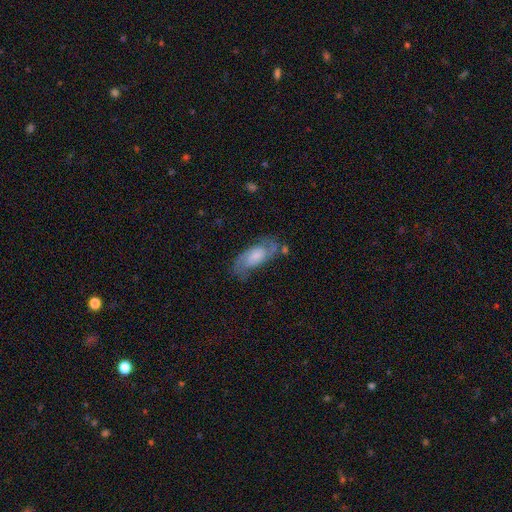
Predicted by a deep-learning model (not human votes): Overall: featured or disk (66%; smooth 27%). Edge-on disk: no (92%). Bar: no (56%; weak 36%). Spiral arms: yes (91%). Spiral arm count: 2 (82%). Spiral winding: medium (48%; tight 28%). Bulge size: small (32%; moderate 30%). Merging: none (65%).